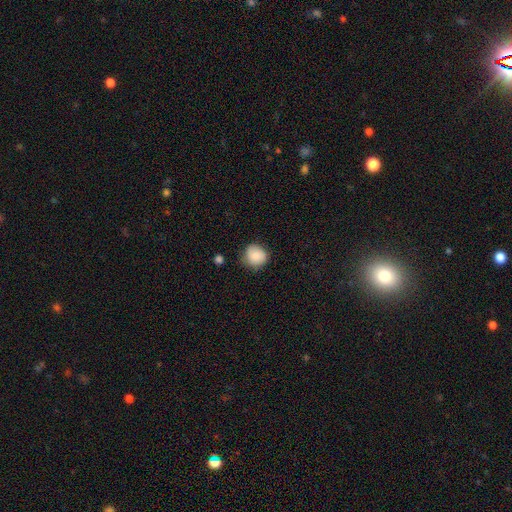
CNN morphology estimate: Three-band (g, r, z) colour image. It shows a smooth galaxy with no disk features (85%) that is round (83%). Merging: none (71%).